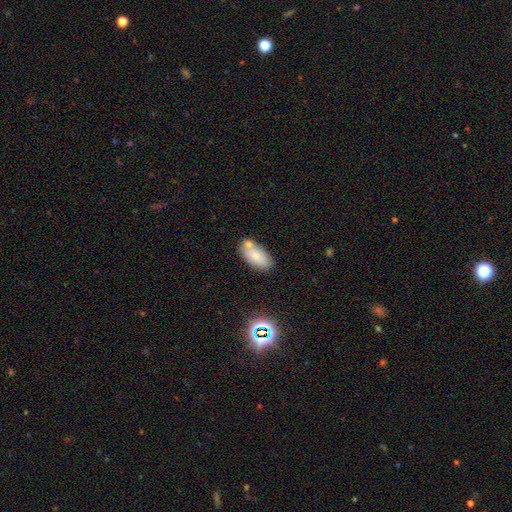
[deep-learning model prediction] smooth 77%, featured or disk 15%, star or artifact 9%. Down the decision tree: how rounded — in between (92%); merging — none (63%).